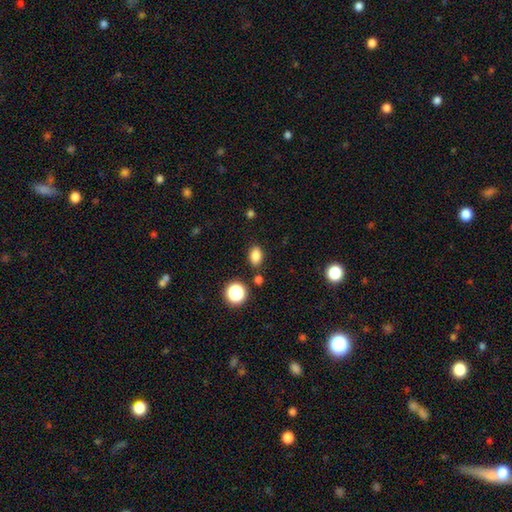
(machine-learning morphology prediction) The model was most divided on "how rounded": in between: 79%, round: 20%, cigar-shaped: 2%. More confident: merging — none (83%); smooth or featured — smooth (83%).